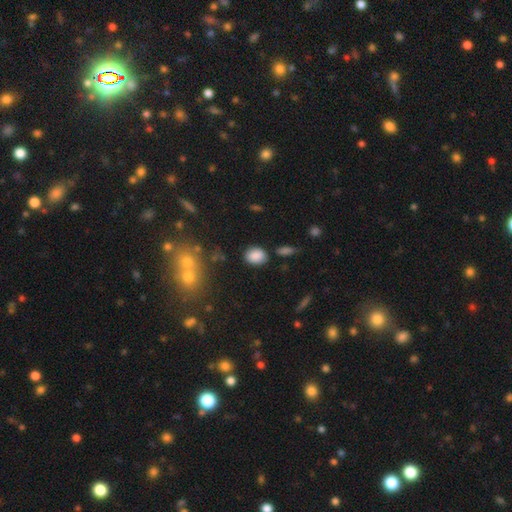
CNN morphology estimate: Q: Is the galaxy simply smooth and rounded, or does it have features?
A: smooth — 86%.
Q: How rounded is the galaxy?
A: in between — 59%.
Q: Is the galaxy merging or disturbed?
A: none — 82%.